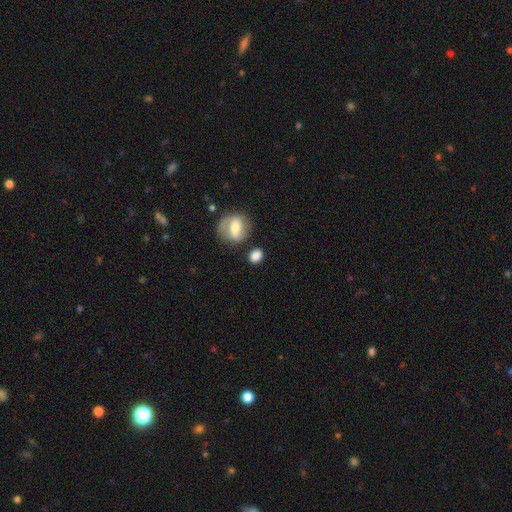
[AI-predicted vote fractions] Smooth or featured? Predicted: smooth (p=0.80). How rounded? Predicted: round (p=0.53). Merging? Predicted: none (p=0.72).